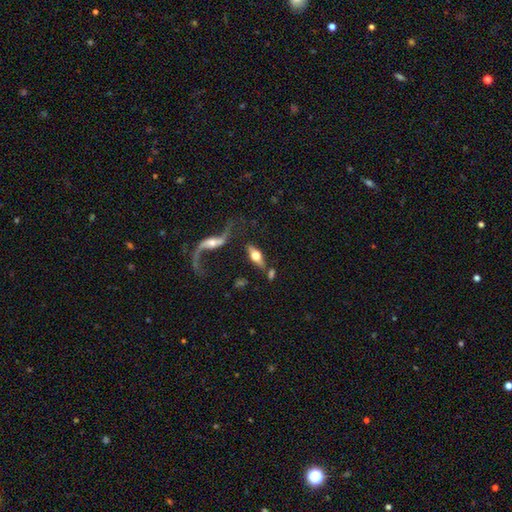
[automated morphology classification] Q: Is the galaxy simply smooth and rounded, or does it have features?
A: featured or disk — 57%.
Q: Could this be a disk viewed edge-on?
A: yes — 64%.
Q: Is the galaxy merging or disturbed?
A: none — 56%.